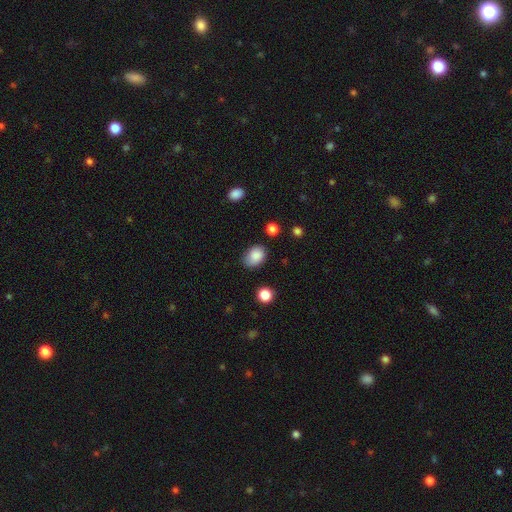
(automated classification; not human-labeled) The model was most divided on "merging": none: 73%, minor disturbance: 21%, major disturbance: 4%, merger: 2%. More confident: smooth or featured — smooth (86%); how rounded — in between (76%).